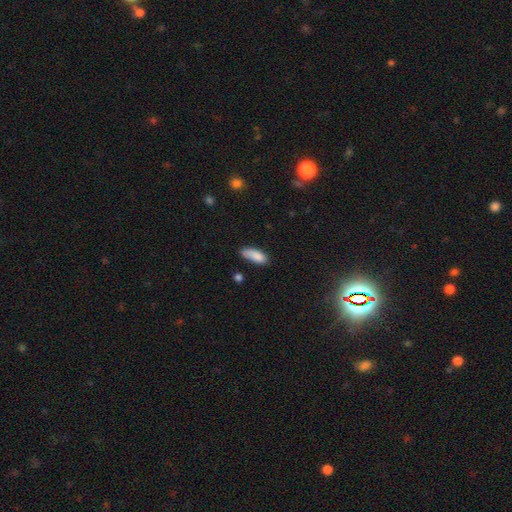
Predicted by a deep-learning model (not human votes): This is clearly a smooth galaxy (86%). How rounded: likely in between (73%). Merging: likely none (62%).